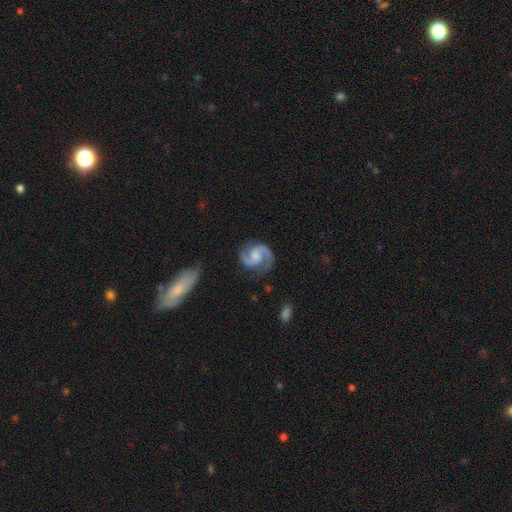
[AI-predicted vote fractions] A featured or disk galaxy (92%) with no bar (52%), 2 (94%) medium (61%) spiral arms (98%) and a moderate central bulge (36%). Merging: none (81%).